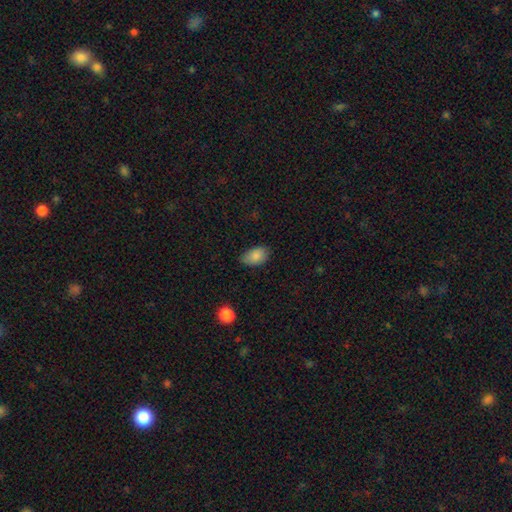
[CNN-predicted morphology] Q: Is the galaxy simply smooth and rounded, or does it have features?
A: smooth — 86%.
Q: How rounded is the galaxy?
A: in between — 91%.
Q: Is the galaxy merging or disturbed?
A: none — 75%.